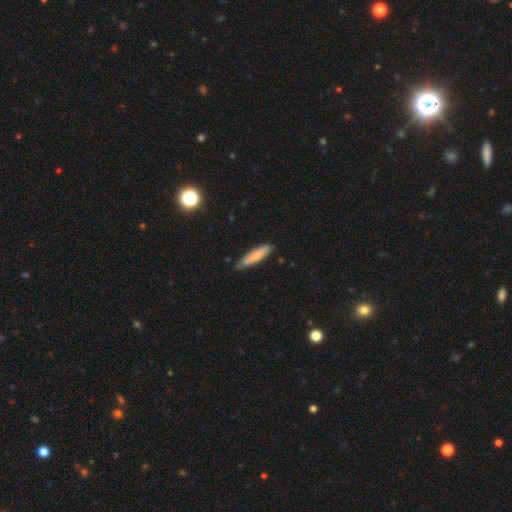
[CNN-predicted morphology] A smooth galaxy with no disk features (77%) that is cigar-shaped (80%).

Vote fractions:
- Smooth or featured? smooth: 77% / featured or disk: 17% / star or artifact: 6%
- How rounded? cigar-shaped: 80% / in between: 19% / round: 1%
- Merging? none: 80% / minor disturbance: 16% / major disturbance: 2% / merger: 2%